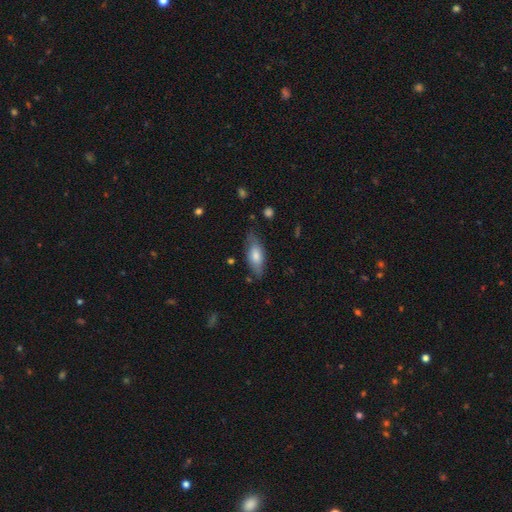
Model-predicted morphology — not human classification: Smooth or featured?
  - smooth: 67% *
  - featured or disk: 27%
  - star or artifact: 6%
How rounded?
  - in between: 77% *
  - cigar-shaped: 21%
  - round: 2%
Merging?
  - none: 68% *
  - minor disturbance: 24%
  - major disturbance: 6%
  - merger: 2%